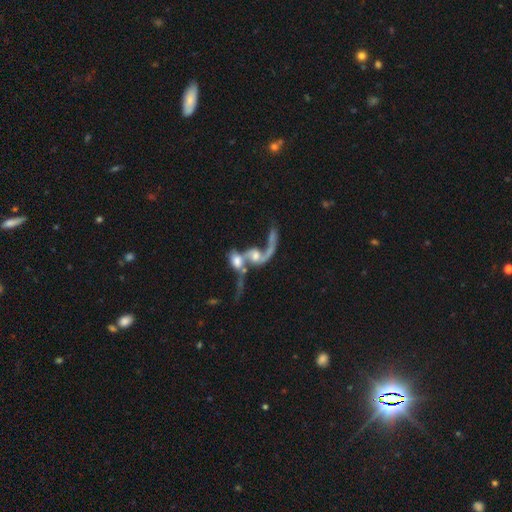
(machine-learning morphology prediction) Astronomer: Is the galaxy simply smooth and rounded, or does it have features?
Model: featured or disk — 71%.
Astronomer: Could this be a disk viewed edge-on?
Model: no — 93%.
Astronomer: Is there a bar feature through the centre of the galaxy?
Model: no — 64%.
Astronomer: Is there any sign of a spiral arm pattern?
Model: yes — 76%.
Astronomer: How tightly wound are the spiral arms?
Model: loose — 87%.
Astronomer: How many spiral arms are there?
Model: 2 — 49% (runner-up: 1, 43%).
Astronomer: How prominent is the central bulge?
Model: moderate — 41% (runner-up: small, 22%).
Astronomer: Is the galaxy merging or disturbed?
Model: merger — 77%.